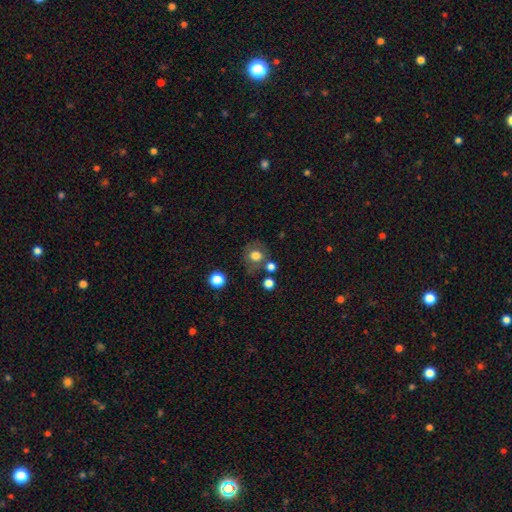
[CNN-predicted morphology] Overall: smooth (74%). How rounded: round (80%). Merging: none (66%).